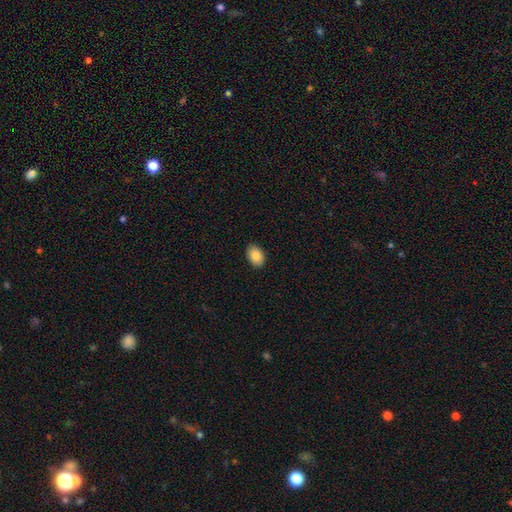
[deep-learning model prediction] Smooth or featured: smooth — 86% (star or artifact — 7%)
How rounded: in between — 82% (round — 17%)
Merging: none — 89% (minor disturbance — 8%)